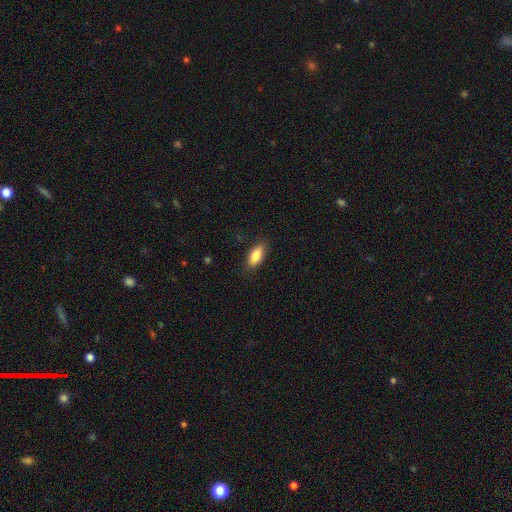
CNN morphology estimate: Overall: smooth (85%). How rounded: in between (84%). Merging: none (83%).